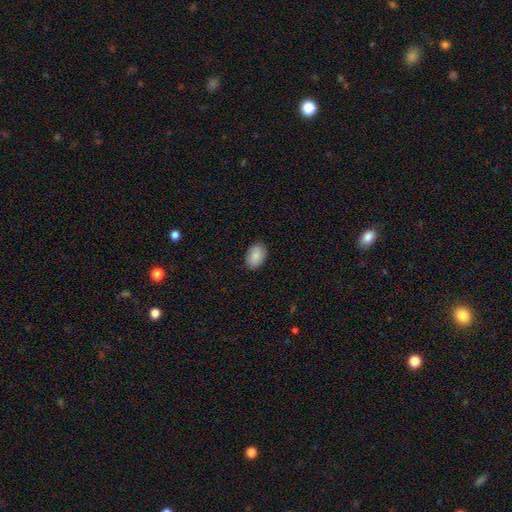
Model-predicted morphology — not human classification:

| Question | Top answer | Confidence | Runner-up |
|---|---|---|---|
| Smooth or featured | smooth | 87% | star or artifact (6%) |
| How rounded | in between | 87% | round (12%) |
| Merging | none | 86% | minor disturbance (11%) |